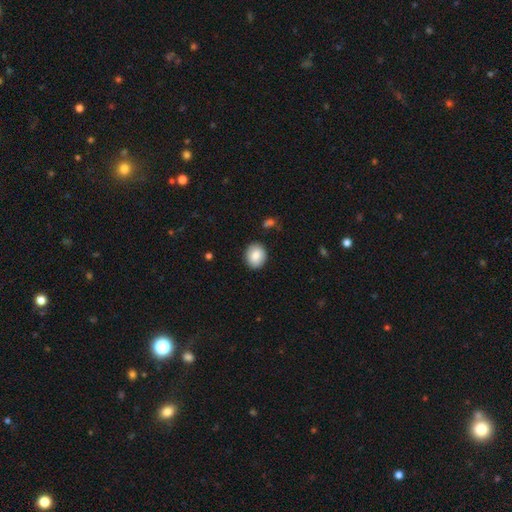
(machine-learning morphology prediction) The model was most divided on "how rounded": round: 59%, in between: 40%, cigar-shaped: 1%. More confident: merging — none (87%); smooth or featured — smooth (84%).